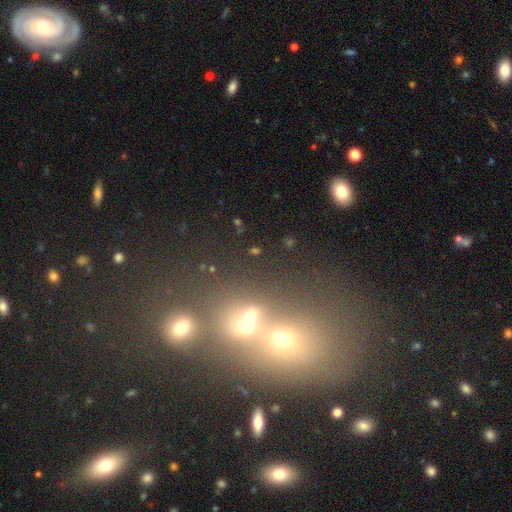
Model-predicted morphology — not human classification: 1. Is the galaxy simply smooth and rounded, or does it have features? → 43% smooth, 38% star or artifact, 20% featured or disk.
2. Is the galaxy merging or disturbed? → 56% merger, 32% none, 7% minor disturbance, 6% major disturbance.